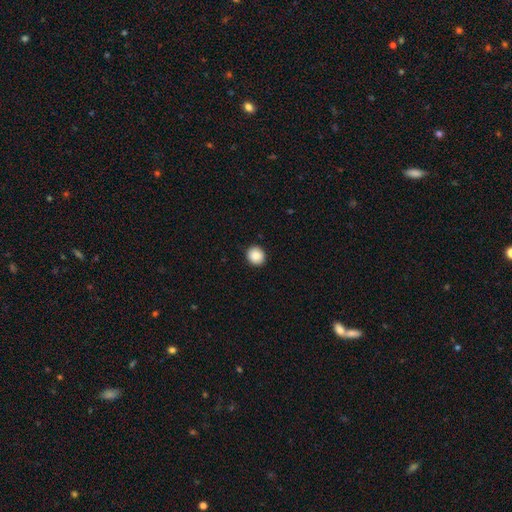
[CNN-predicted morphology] This is clearly a smooth galaxy (88%). How rounded: clearly round (87%). Merging: clearly none (91%).